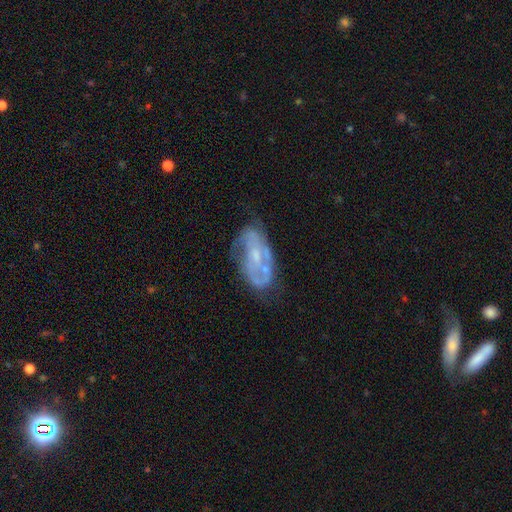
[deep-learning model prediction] This appears to be a featured or disk galaxy (70%) with no bar (62%), spiral arms (67%) and a small central bulge (56%). Merging: none (54%).